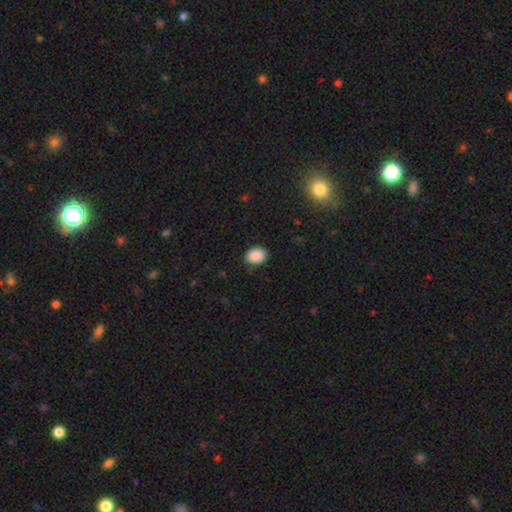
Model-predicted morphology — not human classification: Smooth or featured? smooth (90%)
How rounded? in between (58%)
Merging? none (87%)